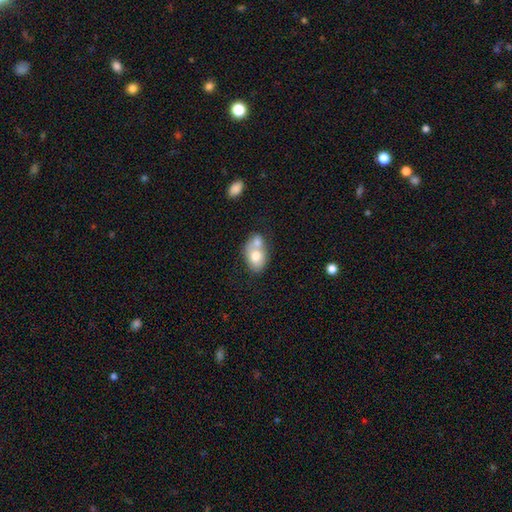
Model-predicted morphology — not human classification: Smooth or featured? smooth (69%)
How rounded? in between (76%)
Merging? merger (59%)